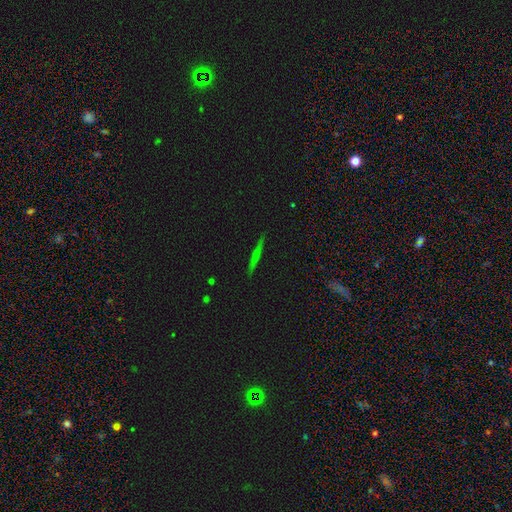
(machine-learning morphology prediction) Smooth or featured?
  - featured or disk: 46% *
  - smooth: 43%
  - star or artifact: 11%
Merging?
  - none: 90% *
  - minor disturbance: 7%
  - major disturbance: 2%
  - merger: 1%